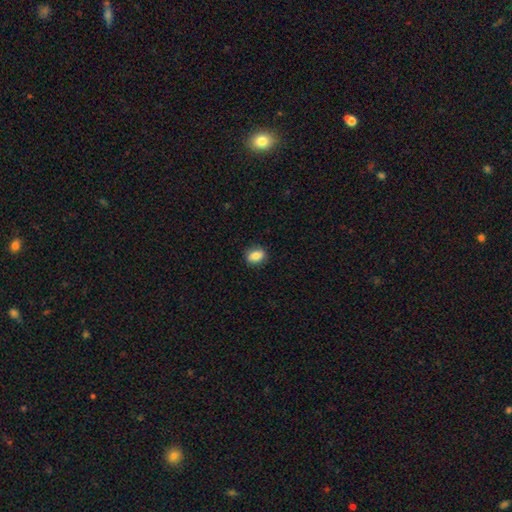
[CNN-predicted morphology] A smooth galaxy with no disk features (86%) that is in between round and cigar-shaped (70%). Merging: none (87%).